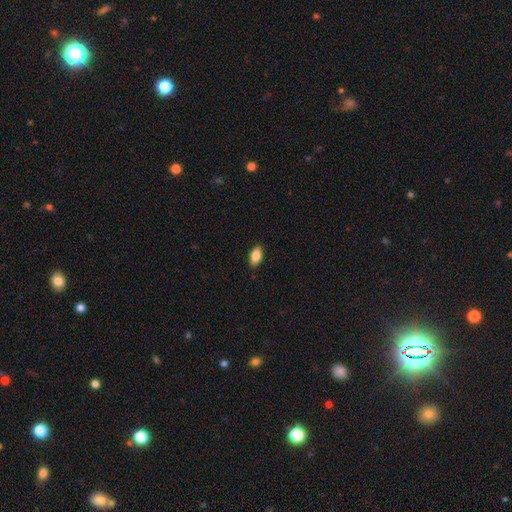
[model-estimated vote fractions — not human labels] Smooth or featured: smooth — 83% (featured or disk — 10%)
How rounded: in between — 90% (cigar-shaped — 5%)
Merging: none — 87% (minor disturbance — 10%)